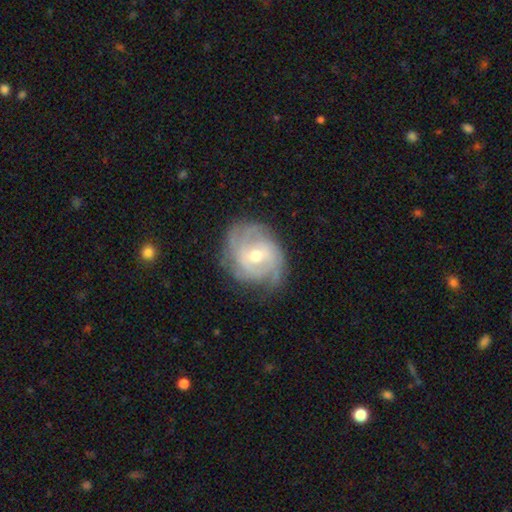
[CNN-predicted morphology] Smooth or featured: featured or disk — 81% (smooth — 13%)
Edge-on disk: no — 97% (yes — 3%)
Bar: no — 46% (weak — 44%)
Spiral arms: yes — 92% (no — 8%)
Spiral winding: tight — 57% (medium — 32%)
Spiral arm count: can't tell — 33% (2 — 29%)
Bulge size: moderate — 63% (small — 33%)
Merging: none — 70% (minor disturbance — 20%)